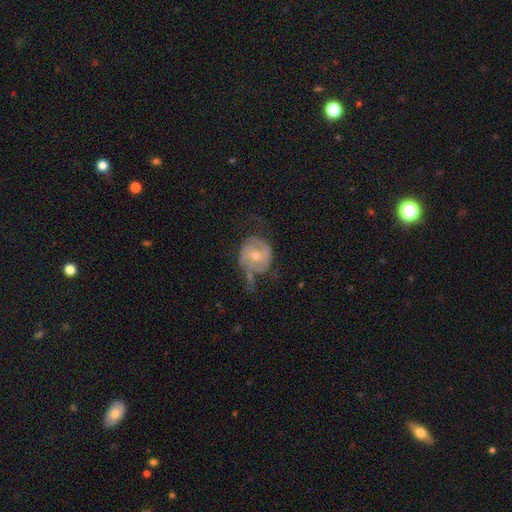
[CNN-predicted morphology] type=featured or disk (71%); edge-on=no (97%); bar=no (57%); spiral arms=yes (84%); winding=medium (40%); arm count=2 (61%); bulge=moderate (50%); merging=none (45%).